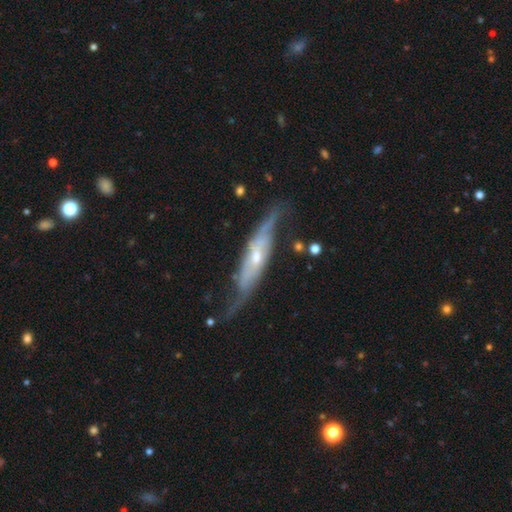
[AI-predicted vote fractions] This appears to be a featured or disk galaxy (80%). Merging: none (61%).